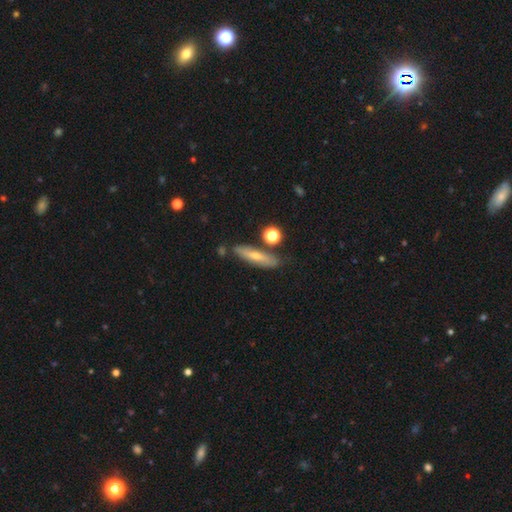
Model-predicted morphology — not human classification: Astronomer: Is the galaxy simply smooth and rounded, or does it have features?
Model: smooth — 48% (runner-up: featured or disk, 43%).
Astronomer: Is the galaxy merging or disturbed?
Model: none — 77%.